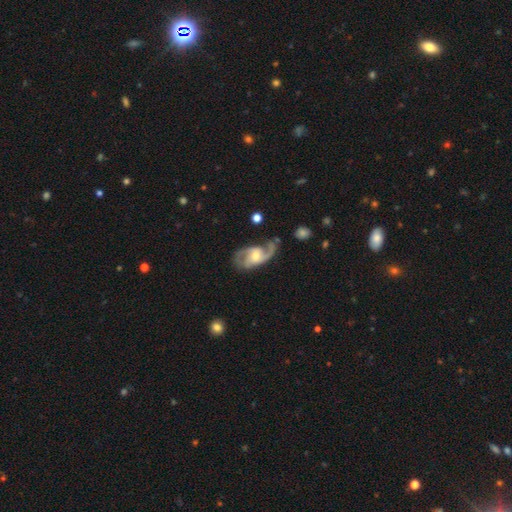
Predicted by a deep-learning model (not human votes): Q: Smooth or featured?
A: featured or disk (85%); runner-up: smooth (10%)
Q: Edge-on disk?
A: no (96%); runner-up: yes (4%)
Q: Bar?
A: no (50%); runner-up: weak (39%)
Q: Spiral arms?
A: yes (95%); runner-up: no (5%)
Q: Spiral winding?
A: medium (49%); runner-up: loose (35%)
Q: Spiral arm count?
A: 2 (77%); runner-up: 1 (8%)
Q: Bulge size?
A: moderate (55%); runner-up: small (38%)
Q: Merging?
A: none (56%); runner-up: minor disturbance (22%)